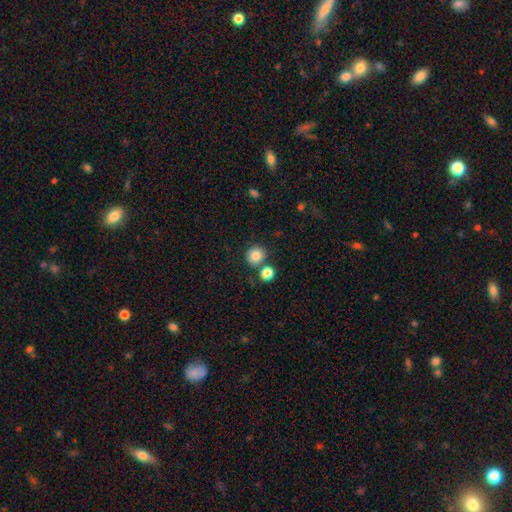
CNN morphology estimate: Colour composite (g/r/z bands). It shows a smooth galaxy with no disk features (83%) that is round (91%). Merging: none (74%).